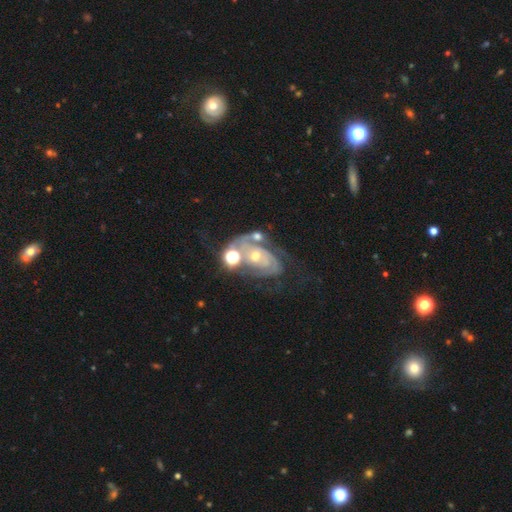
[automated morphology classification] A featured or disk galaxy (85%) with no bar (74%), 2 (50%) tight (63%) spiral arms (94%) and a small central bulge (54%).

Vote fractions:
- Smooth or featured? featured or disk: 85% / star or artifact: 8% / smooth: 7%
- Edge-on disk? no: 97% / yes: 3%
- Bar? no: 74% / weak: 20% / strong: 6%
- Spiral arms? yes: 94% / no: 6%
- Spiral winding? tight: 63% / medium: 29% / loose: 8%
- Spiral arm count? 2: 50% / can't tell: 22% / 3: 13% / 1: 6% / 4: 4% / more than 4: 4%
- Bulge size? small: 54% / moderate: 41% / large: 2% / none: 2% / dominant: 1%
- Merging? none: 43% / major disturbance: 20% / minor disturbance: 19% / merger: 18%